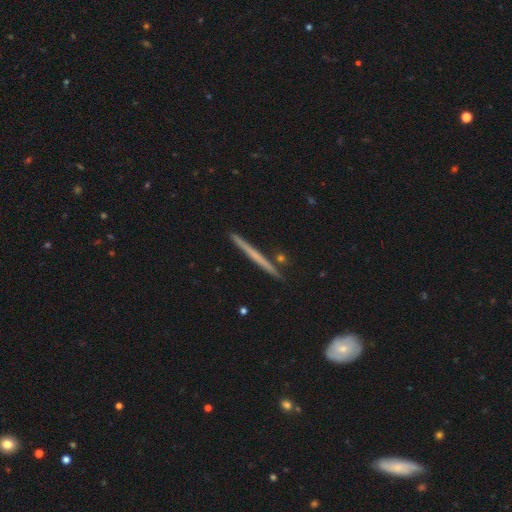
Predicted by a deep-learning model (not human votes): smooth_or_featured: featured or disk (p=0.58) [alt: smooth p=0.36]
disk_edge_on: yes (p=0.98) [alt: no p=0.02]
edge_on_bulge: none (p=0.86) [alt: rounded p=0.11]
merging: none (p=0.90) [alt: minor disturbance p=0.07]